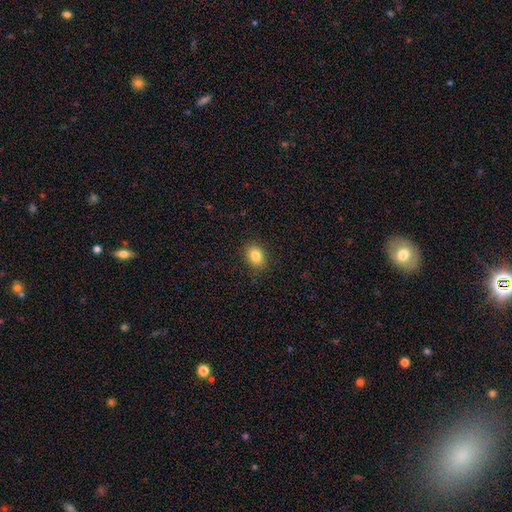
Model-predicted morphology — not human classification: Smooth or featured?
  - smooth: 83% *
  - star or artifact: 10%
  - featured or disk: 7%
How rounded?
  - in between: 64% *
  - round: 35%
  - cigar-shaped: 1%
Merging?
  - none: 86% *
  - minor disturbance: 11%
  - major disturbance: 3%
  - merger: 1%